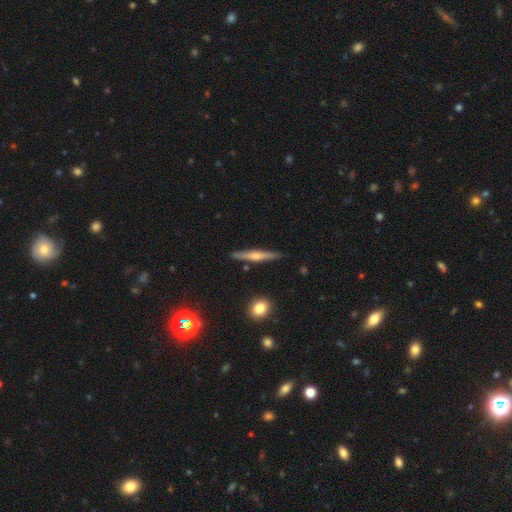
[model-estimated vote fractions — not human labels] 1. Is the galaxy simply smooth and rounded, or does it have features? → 61% featured or disk, 32% smooth, 7% star or artifact.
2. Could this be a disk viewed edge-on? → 97% yes, 3% no.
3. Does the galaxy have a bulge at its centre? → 81% rounded, 10% none, 8% boxy.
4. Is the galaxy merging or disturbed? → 88% none, 8% minor disturbance, 2% merger, 2% major disturbance.